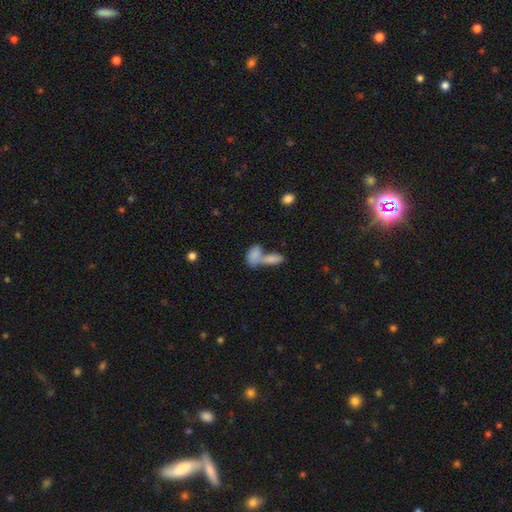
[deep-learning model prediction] Smooth or featured?
  - smooth: 80% *
  - featured or disk: 12%
  - star or artifact: 8%
How rounded?
  - in between: 86% *
  - cigar-shaped: 9%
  - round: 5%
Merging?
  - merger: 68% *
  - none: 20%
  - minor disturbance: 7%
  - major disturbance: 5%